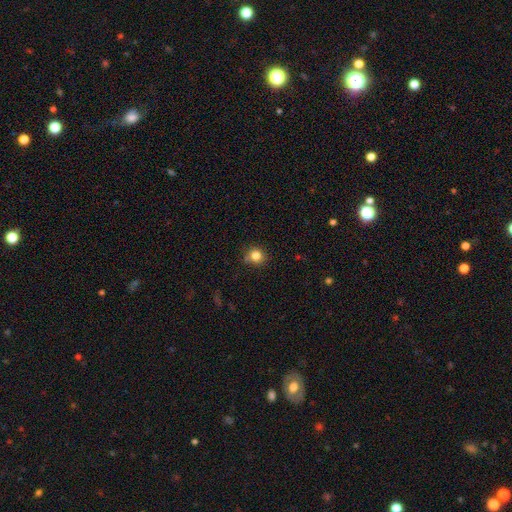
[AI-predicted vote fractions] Smooth or featured: smooth — 82% (star or artifact — 12%)
How rounded: round — 87% (in between — 12%)
Merging: none — 81% (minor disturbance — 11%)